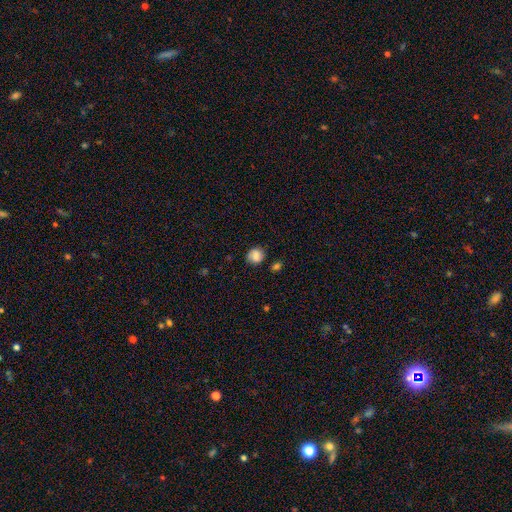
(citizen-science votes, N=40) Smooth or featured: smooth — 75% (featured or disk — 15%)
How rounded: round — 80% (in between — 20%)
Merging: none — 67% (minor disturbance — 28%)